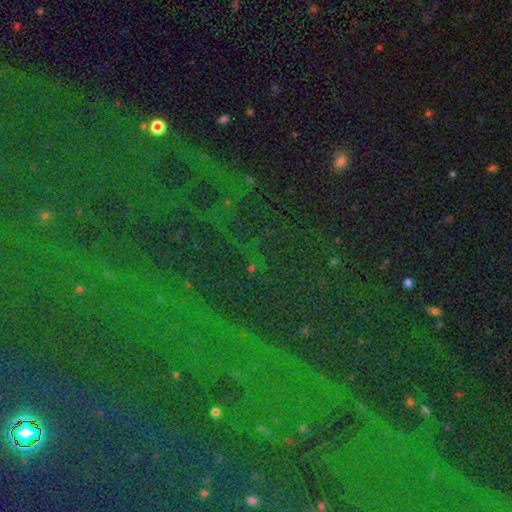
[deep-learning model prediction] This is clearly a star or artifact rather than a galaxy (84%).